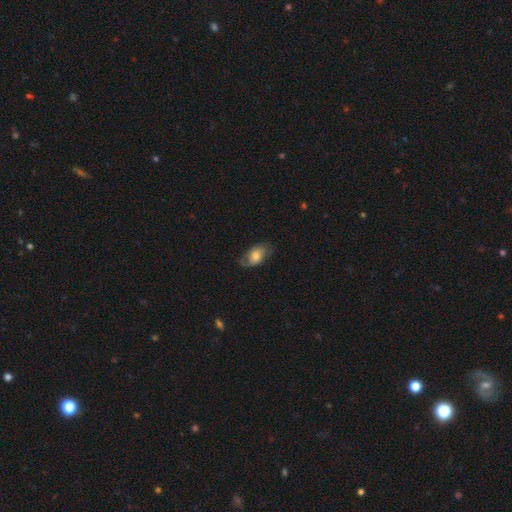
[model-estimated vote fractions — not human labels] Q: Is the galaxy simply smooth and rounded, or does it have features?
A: smooth — 53%.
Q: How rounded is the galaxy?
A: in between — 89%.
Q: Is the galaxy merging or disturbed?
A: none — 64%.